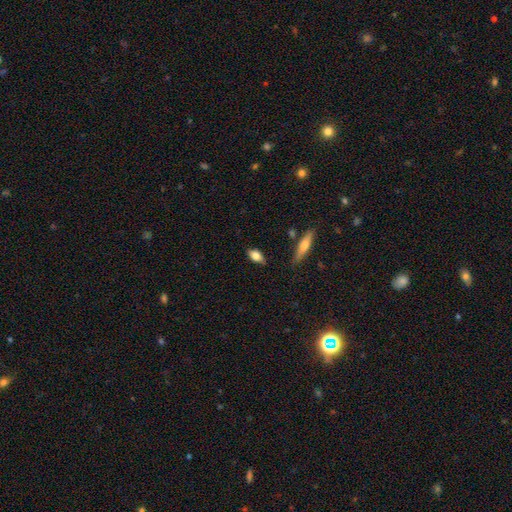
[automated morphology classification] A smooth galaxy with no disk features (71%) that is in between round and cigar-shaped (82%).

Vote fractions:
- Smooth or featured? smooth: 71% / featured or disk: 22% / star or artifact: 7%
- How rounded? in between: 82% / cigar-shaped: 12% / round: 6%
- Merging? none: 80% / minor disturbance: 14% / major disturbance: 3% / merger: 2%